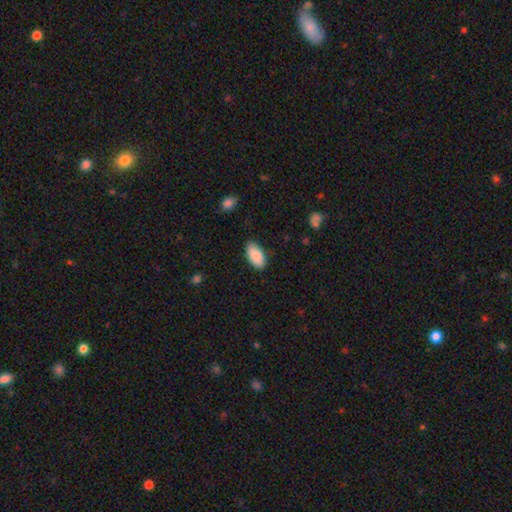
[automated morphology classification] Q: Smooth or featured?
A: smooth (88%); runner-up: star or artifact (6%)
Q: How rounded?
A: in between (95%); runner-up: cigar-shaped (3%)
Q: Merging?
A: none (84%); runner-up: minor disturbance (13%)